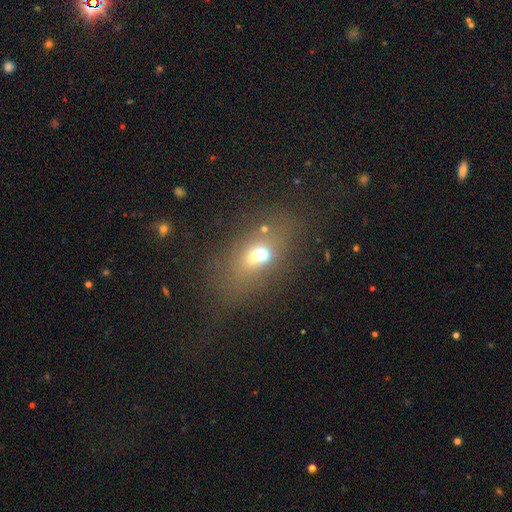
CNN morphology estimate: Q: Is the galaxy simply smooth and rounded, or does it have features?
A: smooth — 50%.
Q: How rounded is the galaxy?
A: in between — 69%.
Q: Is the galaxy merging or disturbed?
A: none — 40%.